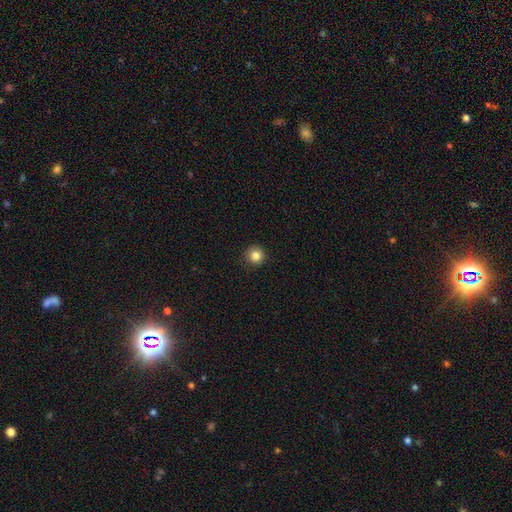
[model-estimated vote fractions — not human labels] smooth_or_featured: smooth (p=0.83) [alt: star or artifact p=0.11]
how_rounded: round (p=0.95) [alt: in between p=0.04]
merging: none (p=0.90) [alt: minor disturbance p=0.07]